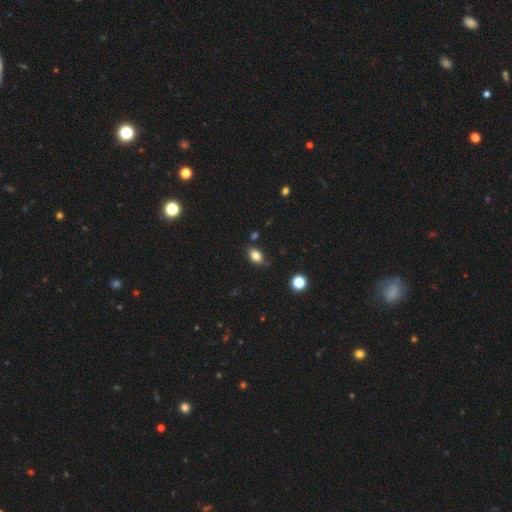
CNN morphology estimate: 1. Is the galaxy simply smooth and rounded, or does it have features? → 82% smooth, 11% star or artifact, 7% featured or disk.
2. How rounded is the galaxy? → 77% in between, 21% round, 2% cigar-shaped.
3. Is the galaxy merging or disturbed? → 75% none, 18% minor disturbance, 4% merger, 3% major disturbance.